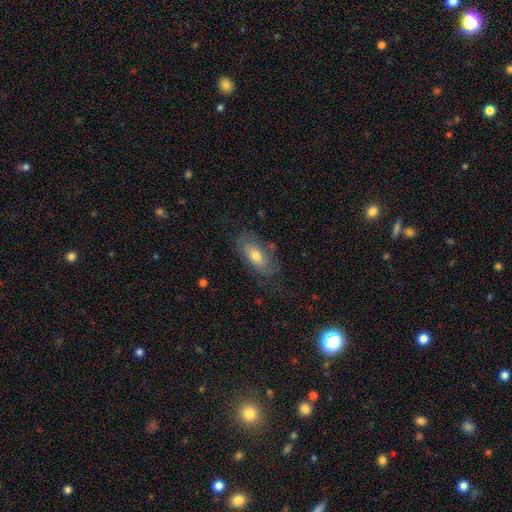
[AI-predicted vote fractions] smooth_or_featured: featured or disk (p=0.47) [alt: smooth p=0.44]
merging: none (p=0.65) [alt: minor disturbance p=0.22]